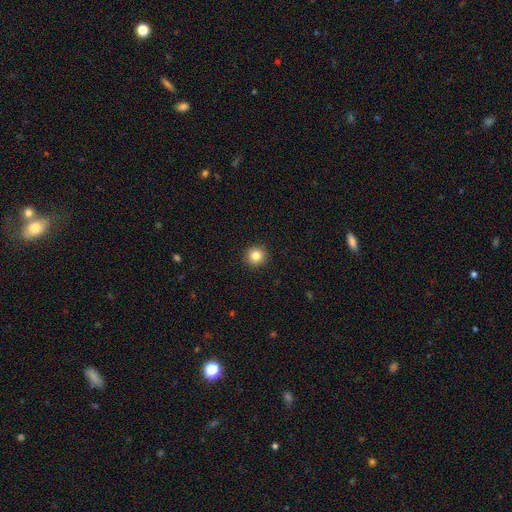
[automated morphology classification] This appears to be a smooth galaxy with no disk features (84%) that is round (94%). Merging: none (93%).